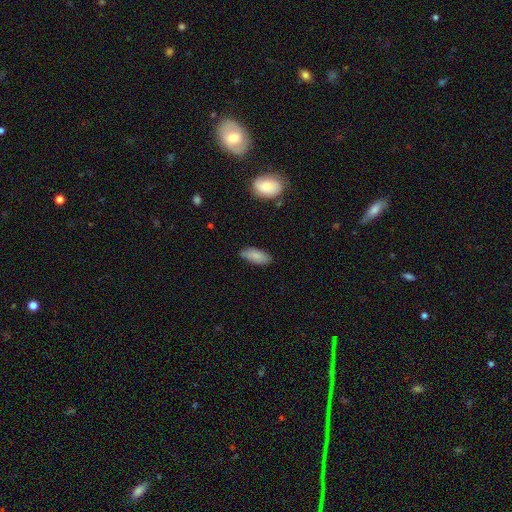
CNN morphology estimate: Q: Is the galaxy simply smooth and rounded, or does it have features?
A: smooth — 83%.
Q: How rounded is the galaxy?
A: in between — 84%.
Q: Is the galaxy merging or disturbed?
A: none — 73%.